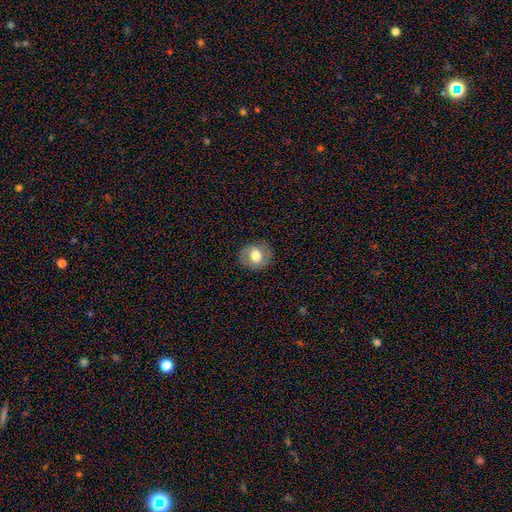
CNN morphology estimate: A smooth galaxy with no disk features (68%) that is round (70%). Merging: none (85%).